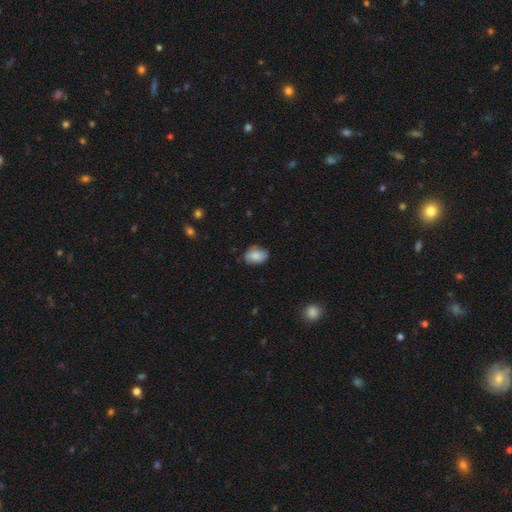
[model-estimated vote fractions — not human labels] Q: Smooth or featured?
A: smooth (85%); runner-up: featured or disk (8%)
Q: How rounded?
A: in between (83%); runner-up: round (16%)
Q: Merging?
A: none (77%); runner-up: minor disturbance (19%)